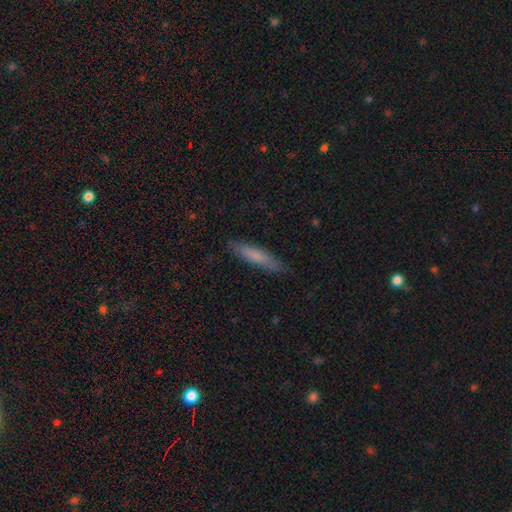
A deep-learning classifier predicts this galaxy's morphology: A smooth galaxy with no disk features (72%) that is cigar-shaped (87%). Merging: none (86%).